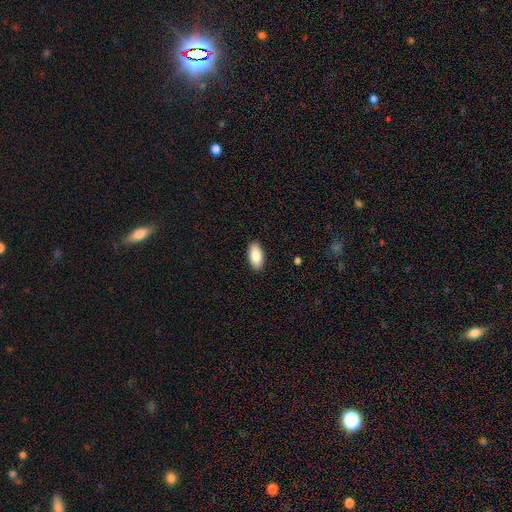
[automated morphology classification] Smooth or featured: smooth — 84% (featured or disk — 9%)
How rounded: in between — 92% (cigar-shaped — 6%)
Merging: none — 90% (minor disturbance — 7%)